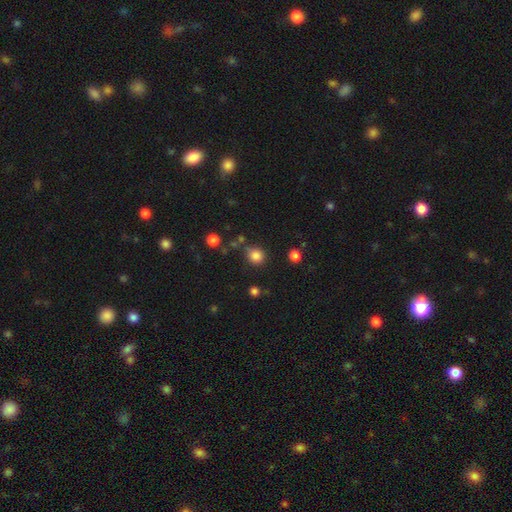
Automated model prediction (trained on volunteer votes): A smooth galaxy with no disk features (82%) that is round (84%). Merging: none (77%).